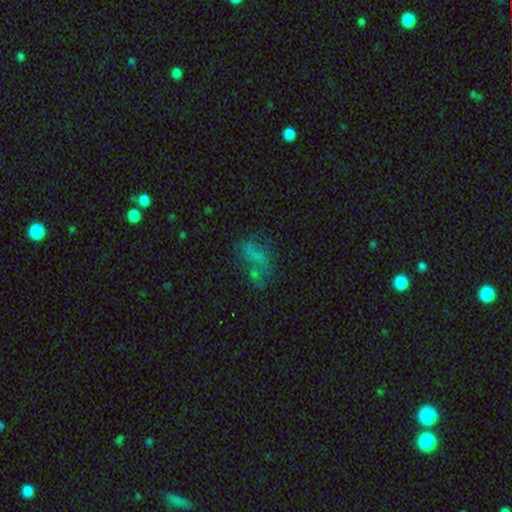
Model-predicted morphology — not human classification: Overall: smooth (44%; featured or disk 33%). Merging: none (38%; major disturbance 27%).